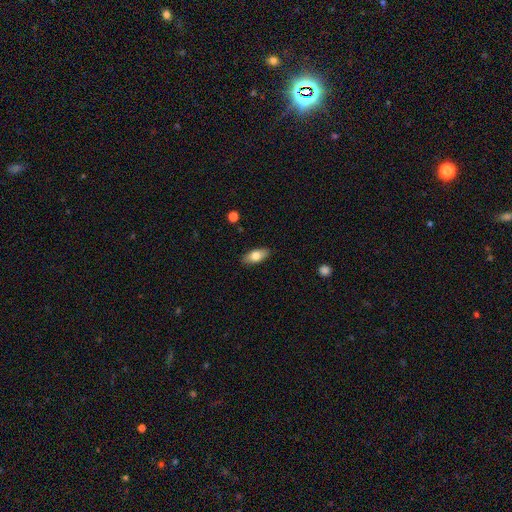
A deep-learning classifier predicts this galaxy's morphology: This appears to be a smooth galaxy with no disk features (76%) that is in between round and cigar-shaped (86%). Merging: none (88%).